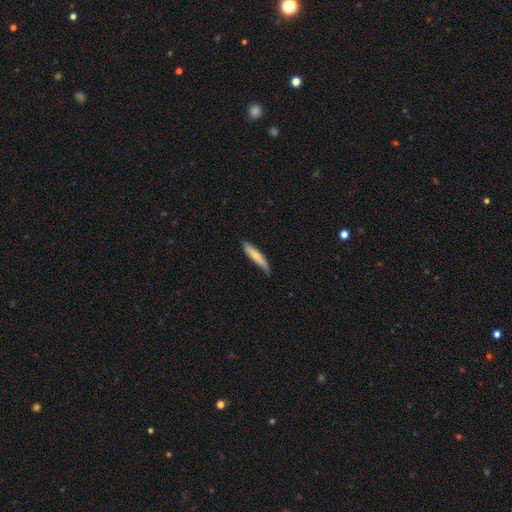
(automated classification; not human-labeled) Smooth or featured? smooth (65%)
How rounded? cigar-shaped (86%)
Merging? none (74%)